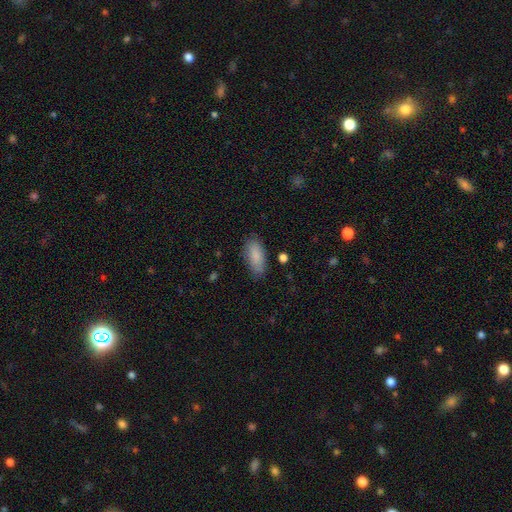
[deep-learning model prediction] Smooth or featured: smooth — 87% (featured or disk — 7%)
How rounded: in between — 88% (cigar-shaped — 9%)
Merging: none — 81% (minor disturbance — 14%)